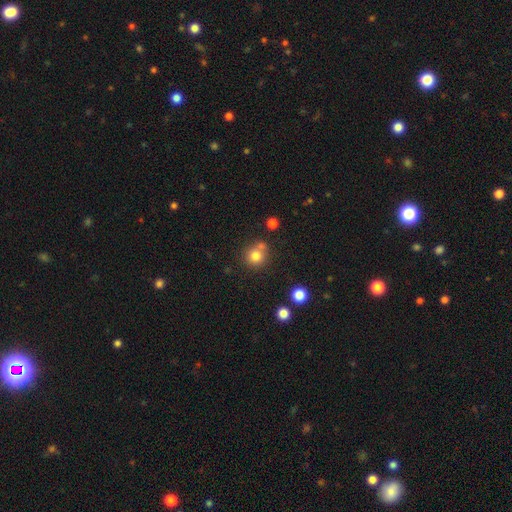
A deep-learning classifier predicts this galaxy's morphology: Smooth or featured?
  - smooth: 78% *
  - star or artifact: 13%
  - featured or disk: 9%
How rounded?
  - round: 90% *
  - in between: 9%
  - cigar-shaped: 1%
Merging?
  - none: 62% *
  - merger: 25%
  - minor disturbance: 10%
  - major disturbance: 3%